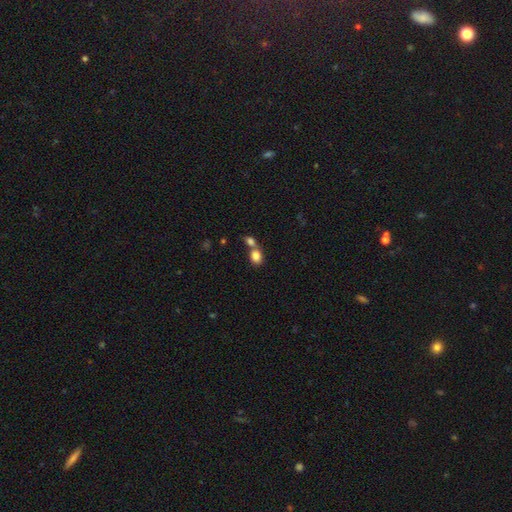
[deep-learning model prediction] The model was most divided on "merging": merger: 50%, none: 38%, minor disturbance: 8%, major disturbance: 4%. More confident: smooth or featured — smooth (84%); how rounded — in between (66%).